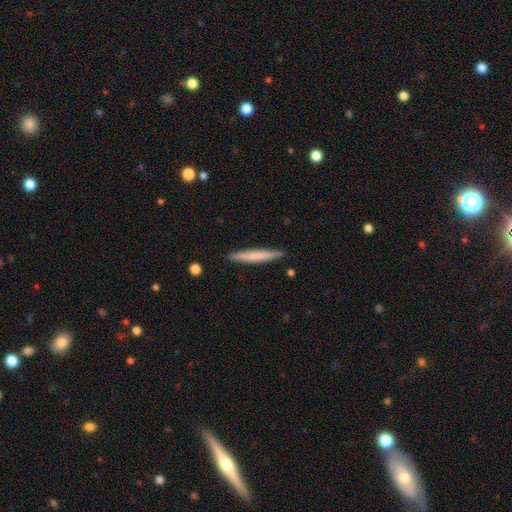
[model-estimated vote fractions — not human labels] smooth 67%, featured or disk 28%, star or artifact 5%. Down the decision tree: how rounded — cigar-shaped (96%); merging — none (90%).